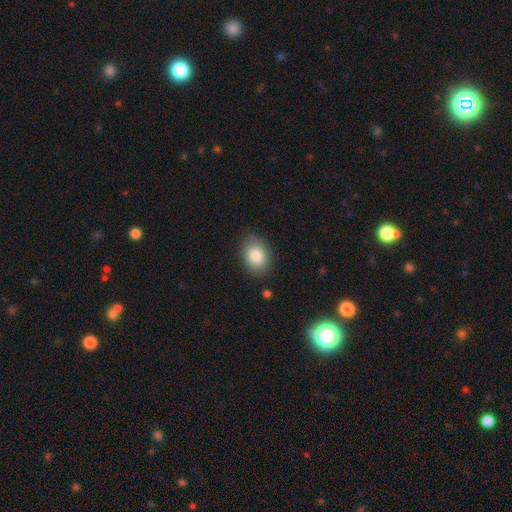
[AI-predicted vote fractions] Q: Smooth or featured?
A: smooth (83%); runner-up: featured or disk (9%)
Q: How rounded?
A: in between (73%); runner-up: round (26%)
Q: Merging?
A: none (83%); runner-up: minor disturbance (13%)